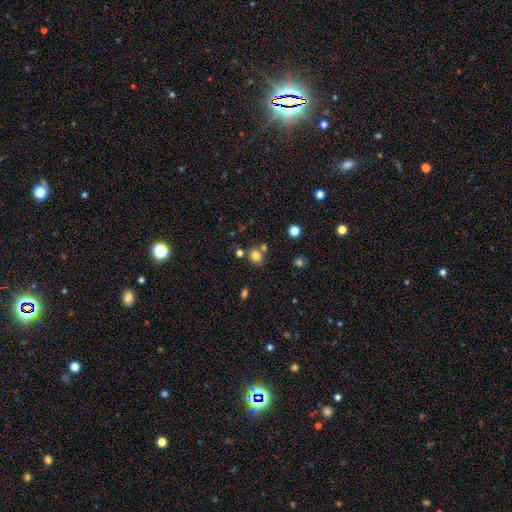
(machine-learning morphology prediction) Smooth or featured? smooth (77%)
How rounded? round (65%)
Merging? none (66%)